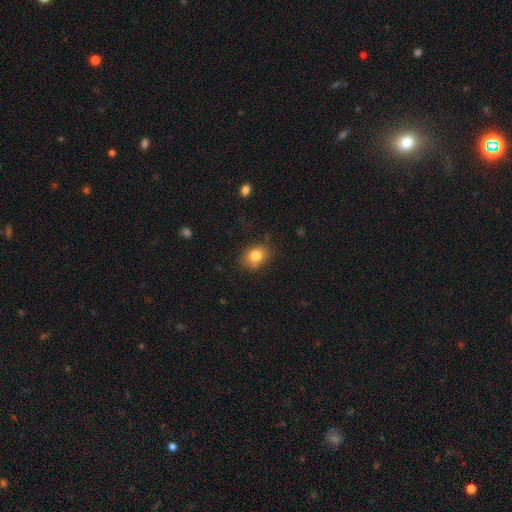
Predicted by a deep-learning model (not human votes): Smooth or featured? Predicted: smooth (p=0.82). How rounded? Predicted: in between (p=0.58). Merging? Predicted: none (p=0.78).